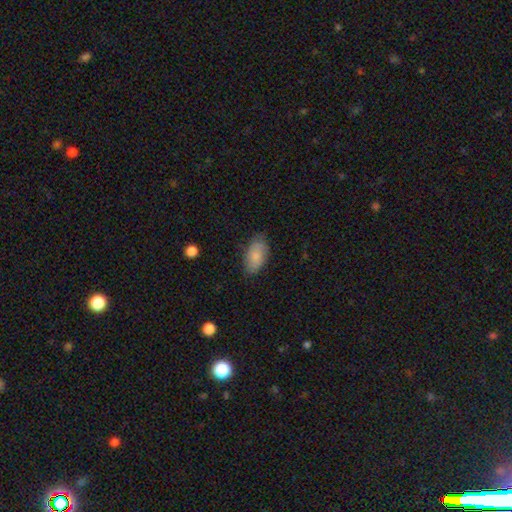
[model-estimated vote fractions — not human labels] smooth-or-featured: smooth: 80% | featured or disk: 13% | star or artifact: 6%
  how-rounded: in between: 93% | round: 4% | cigar-shaped: 3%
  merging: none: 76% | minor disturbance: 19% | major disturbance: 4% | merger: 1%